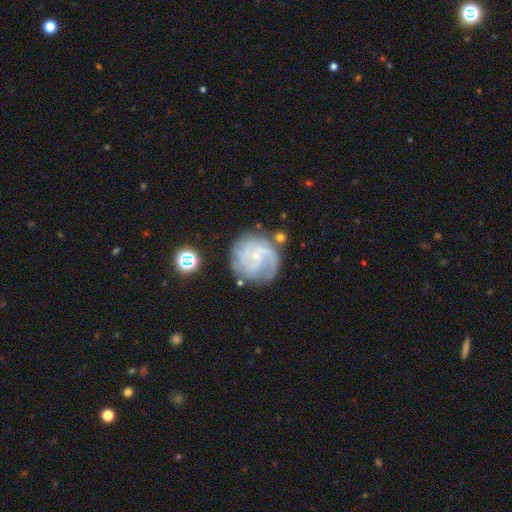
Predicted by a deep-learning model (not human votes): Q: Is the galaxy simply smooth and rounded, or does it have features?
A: featured or disk — 79%.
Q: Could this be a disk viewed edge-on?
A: no — 98%.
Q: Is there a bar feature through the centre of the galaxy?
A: no — 68%.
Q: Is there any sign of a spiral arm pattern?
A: yes — 94%.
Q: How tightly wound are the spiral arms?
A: tight — 48%.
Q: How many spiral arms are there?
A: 3 — 28%.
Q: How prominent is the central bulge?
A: small — 83%.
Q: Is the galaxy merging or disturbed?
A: none — 69%.